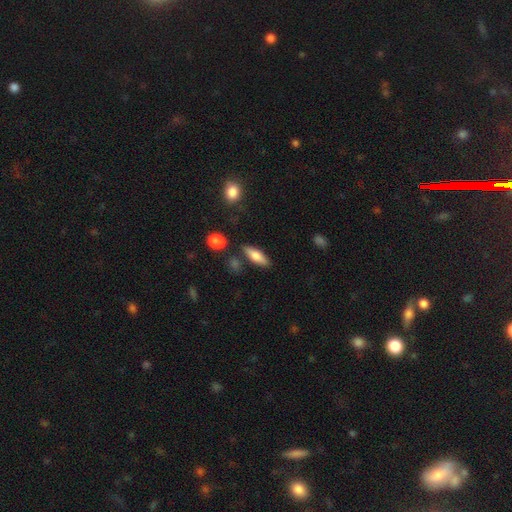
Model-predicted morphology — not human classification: Smooth or featured? Predicted: smooth (p=0.70). How rounded? Predicted: in between (p=0.52). Merging? Predicted: none (p=0.79).